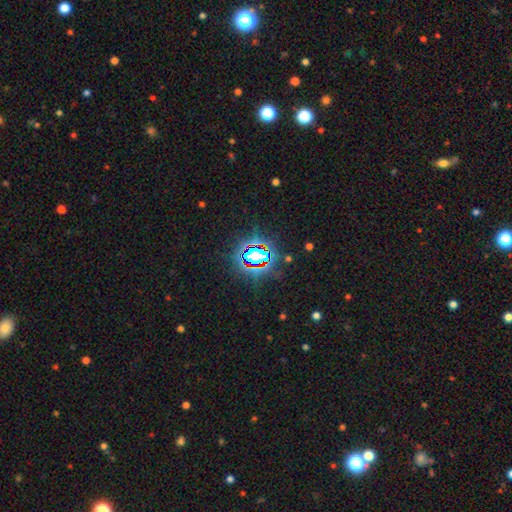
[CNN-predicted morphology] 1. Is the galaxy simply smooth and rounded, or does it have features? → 73% star or artifact, 15% smooth, 11% featured or disk.